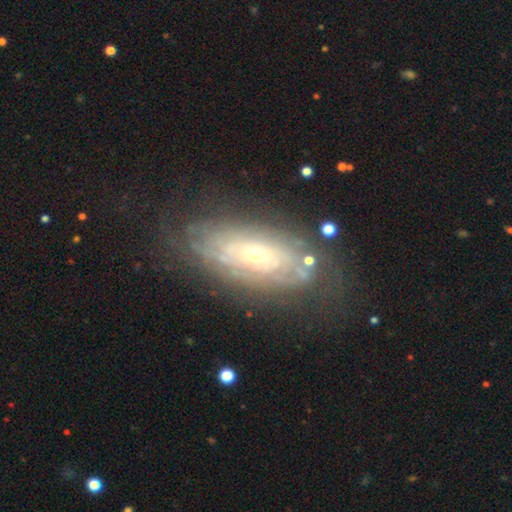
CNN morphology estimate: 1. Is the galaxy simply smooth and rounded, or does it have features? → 75% featured or disk, 17% smooth, 8% star or artifact.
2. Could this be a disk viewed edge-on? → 88% no, 12% yes.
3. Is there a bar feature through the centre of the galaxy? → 78% no, 16% weak, 6% strong.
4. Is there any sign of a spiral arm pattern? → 78% yes, 22% no.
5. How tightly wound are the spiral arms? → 78% tight, 16% medium, 6% loose.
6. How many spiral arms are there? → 68% can't tell, 9% 2, 8% more than 4, 6% 4, 6% 3, 4% 1.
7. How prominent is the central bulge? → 64% small, 32% moderate, 2% large, 1% none, 1% dominant.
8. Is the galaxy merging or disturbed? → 71% none, 18% minor disturbance, 9% major disturbance, 2% merger.